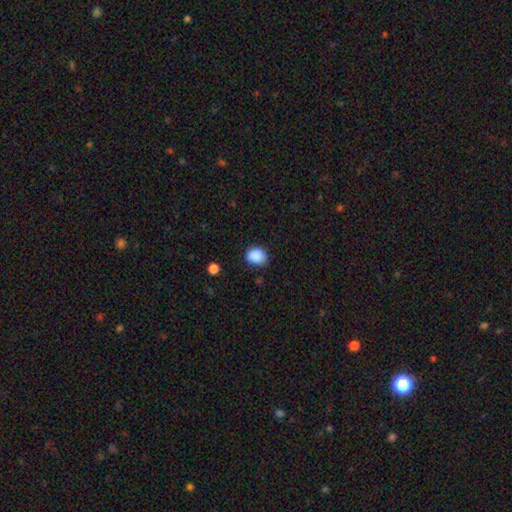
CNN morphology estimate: Smooth or featured?
  - smooth: 88% *
  - star or artifact: 9%
  - featured or disk: 3%
How rounded?
  - round: 50% *
  - in between: 49%
  - cigar-shaped: 1%
Merging?
  - none: 79% *
  - minor disturbance: 16%
  - major disturbance: 3%
  - merger: 1%